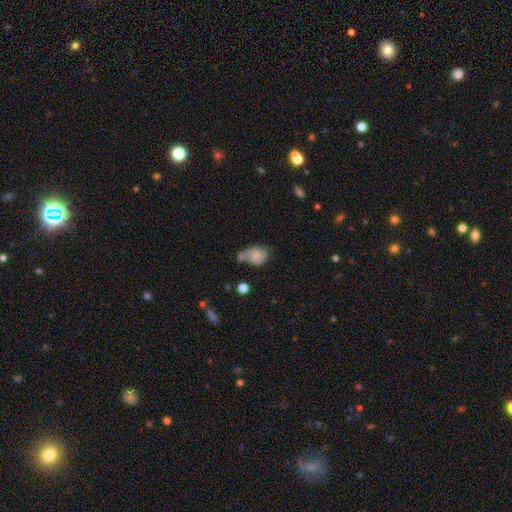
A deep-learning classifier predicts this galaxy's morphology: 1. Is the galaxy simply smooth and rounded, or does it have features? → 62% smooth, 29% featured or disk, 9% star or artifact.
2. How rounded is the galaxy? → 63% in between, 36% round, 2% cigar-shaped.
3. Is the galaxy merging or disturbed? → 34% none, 27% minor disturbance, 26% merger, 13% major disturbance.